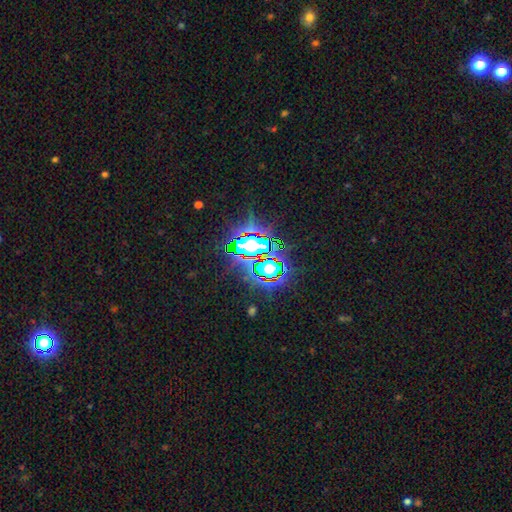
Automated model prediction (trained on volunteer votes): A star or artifact, not a galaxy (81%).

Vote fractions:
- Smooth or featured? star or artifact: 81% / smooth: 11% / featured or disk: 8%